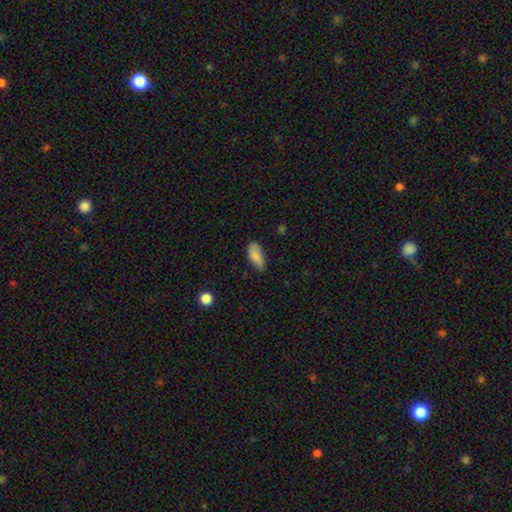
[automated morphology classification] Smooth or featured? Predicted: smooth (p=0.85). How rounded? Predicted: in between (p=0.87). Merging? Predicted: none (p=0.73).